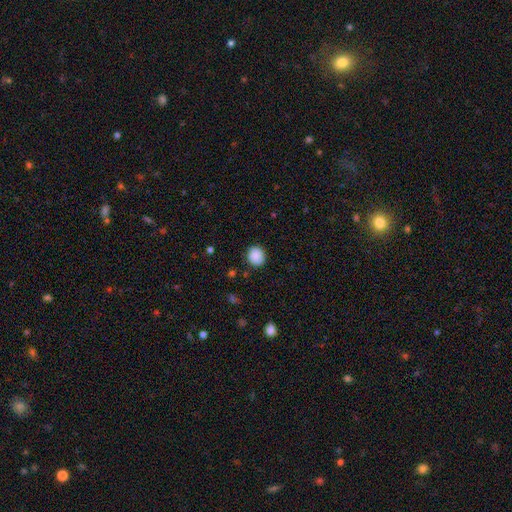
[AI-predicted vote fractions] A smooth galaxy with no disk features (88%) that is round (79%). Merging: none (86%).